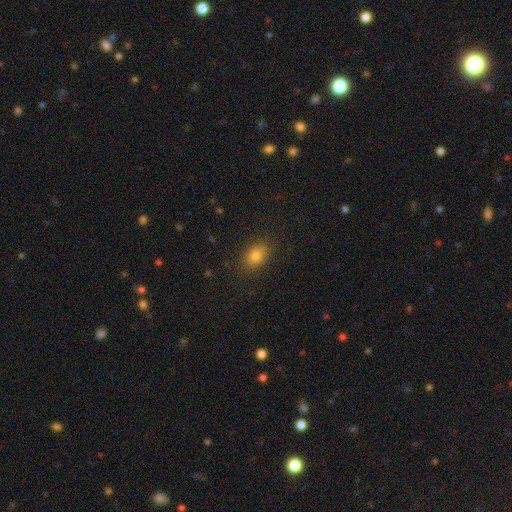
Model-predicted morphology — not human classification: Smooth or featured?
  - smooth: 80% *
  - star or artifact: 12%
  - featured or disk: 8%
How rounded?
  - in between: 75% *
  - round: 22%
  - cigar-shaped: 3%
Merging?
  - none: 84% *
  - minor disturbance: 12%
  - major disturbance: 3%
  - merger: 1%